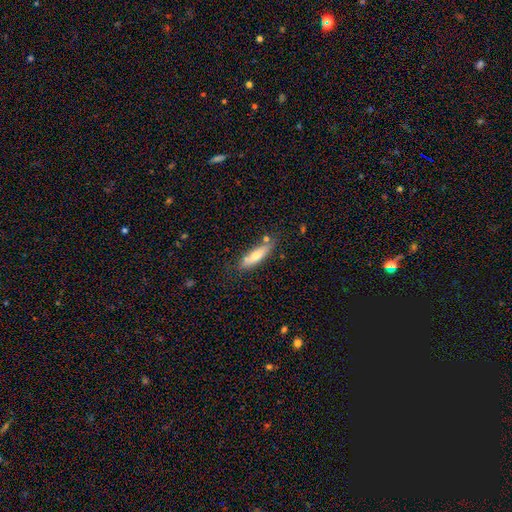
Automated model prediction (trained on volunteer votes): This is possibly a smooth galaxy (60%). How rounded: likely cigar-shaped (67%). Merging: likely none (75%).